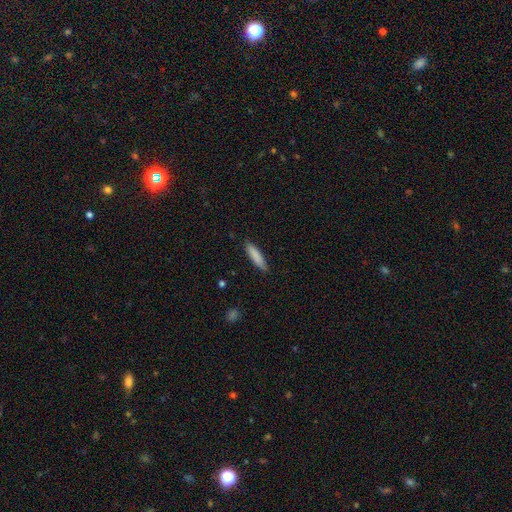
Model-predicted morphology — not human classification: smooth-or-featured: smooth: 86% | featured or disk: 9% | star or artifact: 6%
  how-rounded: cigar-shaped: 77% | in between: 21% | round: 1%
  merging: none: 87% | minor disturbance: 10% | major disturbance: 2% | merger: 1%